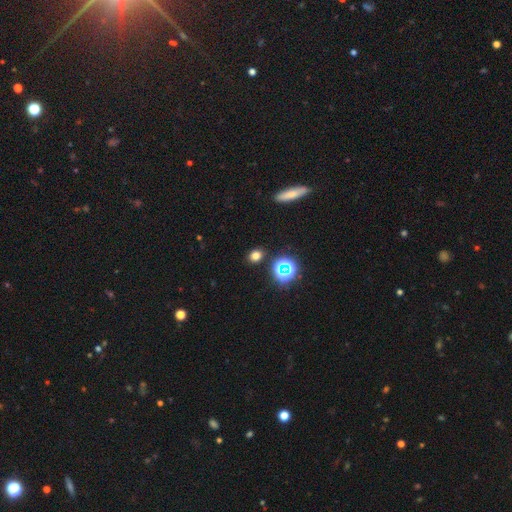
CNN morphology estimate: Overall: smooth (71%). How rounded: round (62%; in between 36%). Merging: none (87%).